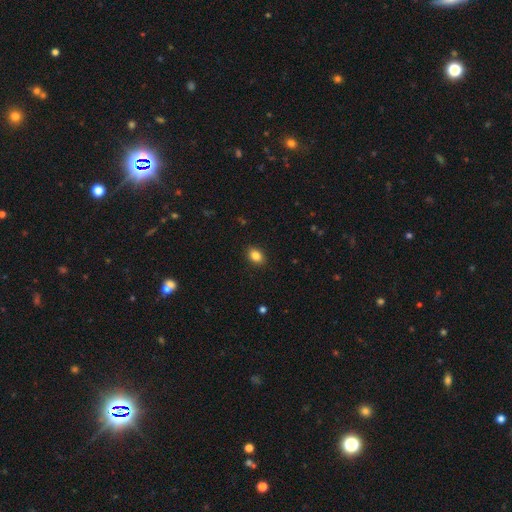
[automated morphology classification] A smooth galaxy with no disk features (86%) that is in between round and cigar-shaped (76%).

Vote fractions:
- Smooth or featured? smooth: 86% / star or artifact: 9% / featured or disk: 5%
- How rounded? in between: 76% / round: 22% / cigar-shaped: 1%
- Merging? none: 90% / minor disturbance: 7% / major disturbance: 2% / merger: 1%